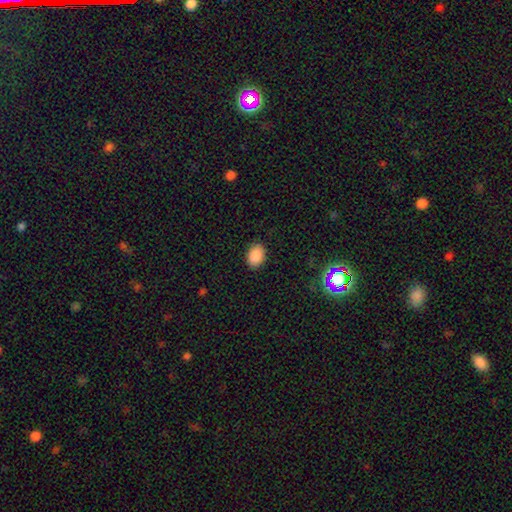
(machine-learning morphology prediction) The model was most divided on "how rounded": in between: 79%, round: 20%, cigar-shaped: 1%. More confident: smooth or featured — smooth (88%); merging — none (88%).